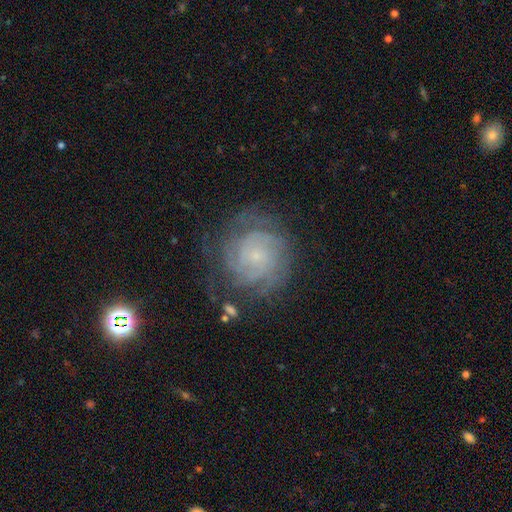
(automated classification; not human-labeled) This is clearly a featured or disk galaxy (80%). It is clearly not viewed edge-on (98%). Bar: likely no (74%). Spiral arm pattern: clearly yes (95%). Spiral arm count: marginally can't tell (35%). Spiral winding: likely tight (74%). Central bulge: likely small (77%). Merging: likely none (72%).